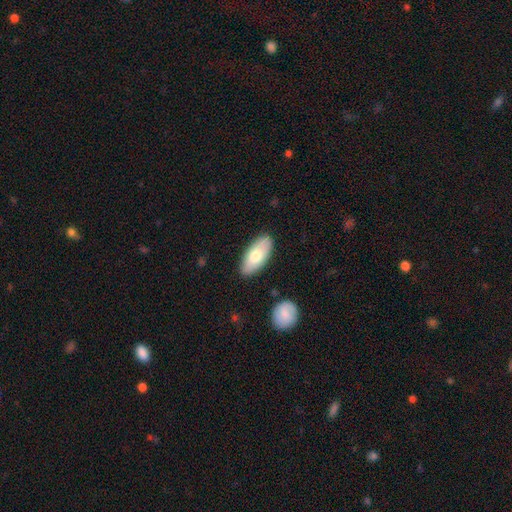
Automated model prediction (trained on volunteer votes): The model was most divided on "smooth or featured": smooth: 71%, featured or disk: 23%, star or artifact: 5%. More confident: how rounded — in between (89%); merging — none (85%).